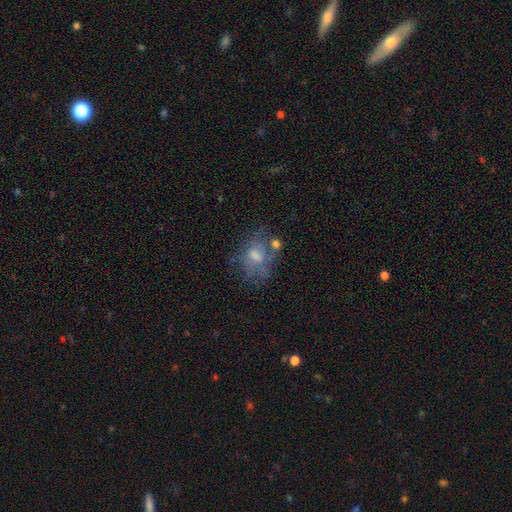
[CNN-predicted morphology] Smooth or featured? featured or disk (49%)
Merging? none (42%)